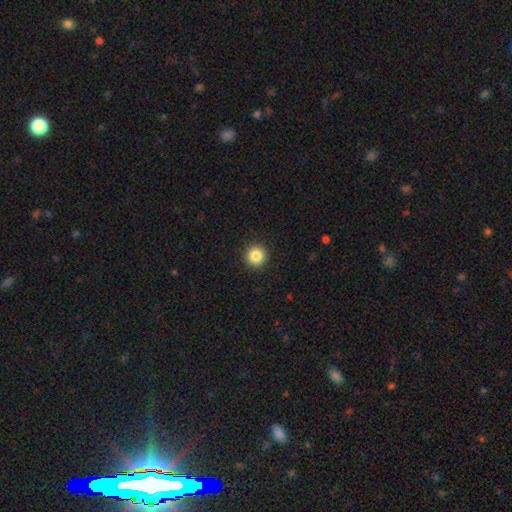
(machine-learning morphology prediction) Overall: smooth (85%). How rounded: round (96%). Merging: none (93%).